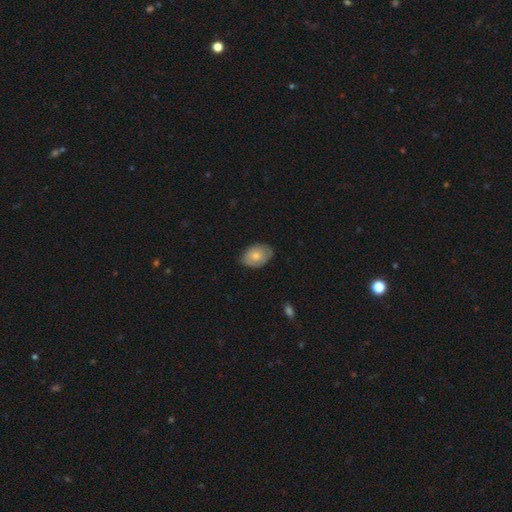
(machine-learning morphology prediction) Q: Smooth or featured?
A: smooth (70%); runner-up: featured or disk (24%)
Q: How rounded?
A: in between (82%); runner-up: round (17%)
Q: Merging?
A: none (76%); runner-up: minor disturbance (20%)